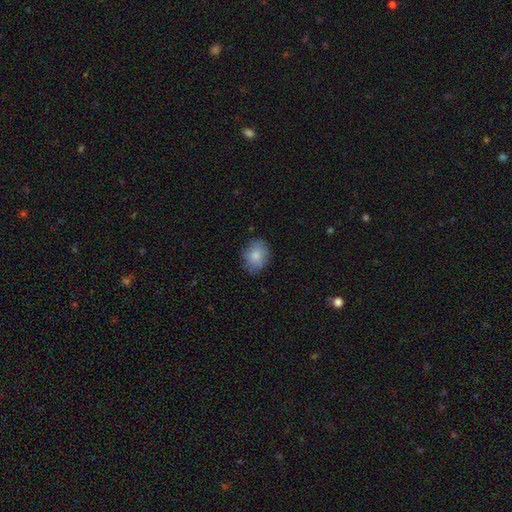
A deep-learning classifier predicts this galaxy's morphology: A smooth galaxy with no disk features (83%) that is in between round and cigar-shaped (54%). Merging: none (77%).